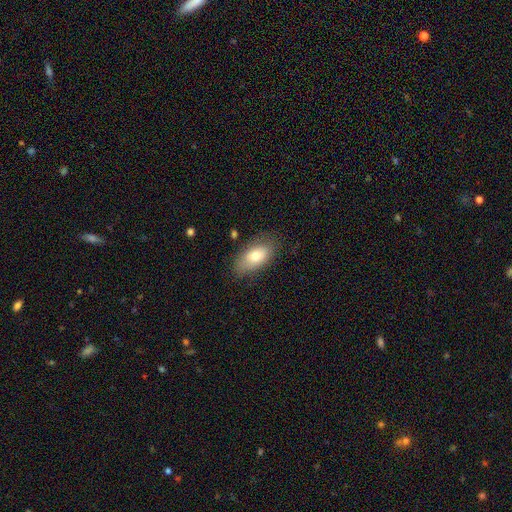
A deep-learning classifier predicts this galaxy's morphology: Smooth or featured?
  - smooth: 72% *
  - featured or disk: 20%
  - star or artifact: 7%
How rounded?
  - in between: 91% *
  - round: 5%
  - cigar-shaped: 4%
Merging?
  - none: 77% *
  - minor disturbance: 17%
  - major disturbance: 4%
  - merger: 2%